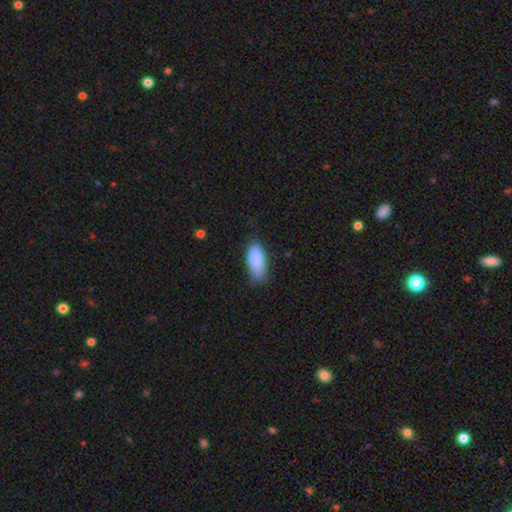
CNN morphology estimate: Q: Smooth or featured?
A: smooth (87%); runner-up: star or artifact (7%)
Q: How rounded?
A: in between (84%); runner-up: cigar-shaped (14%)
Q: Merging?
A: none (67%); runner-up: minor disturbance (26%)